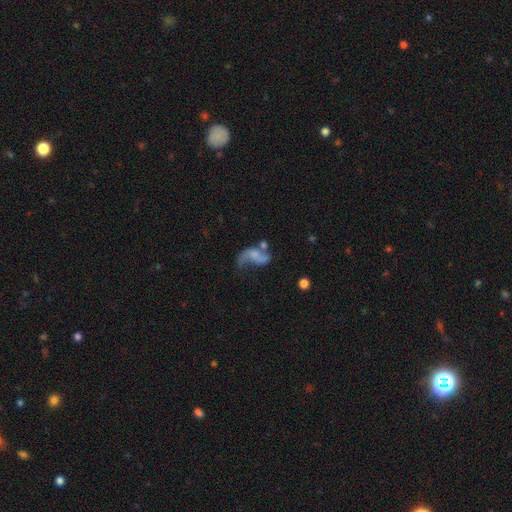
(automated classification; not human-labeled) Smooth or featured? featured or disk (69%)
Edge-on disk? no (97%)
Bar? no (64%)
Spiral arms? yes (83%)
Spiral winding? loose (84%)
Spiral arm count? 2 (77%)
Bulge size? none (45%)
Merging? major disturbance (30%)